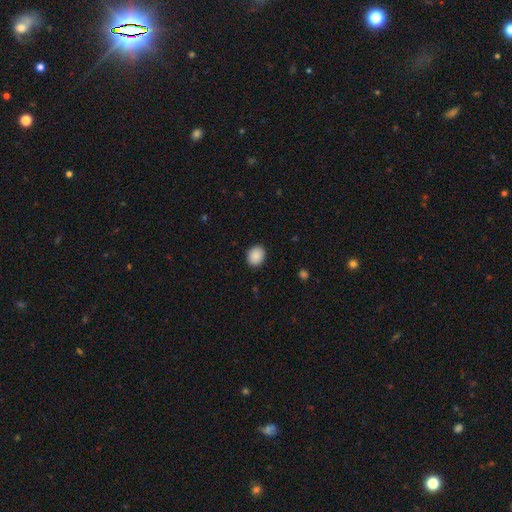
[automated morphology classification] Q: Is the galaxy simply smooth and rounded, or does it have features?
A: smooth — 90%.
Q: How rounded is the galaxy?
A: round — 55%.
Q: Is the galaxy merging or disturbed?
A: none — 89%.